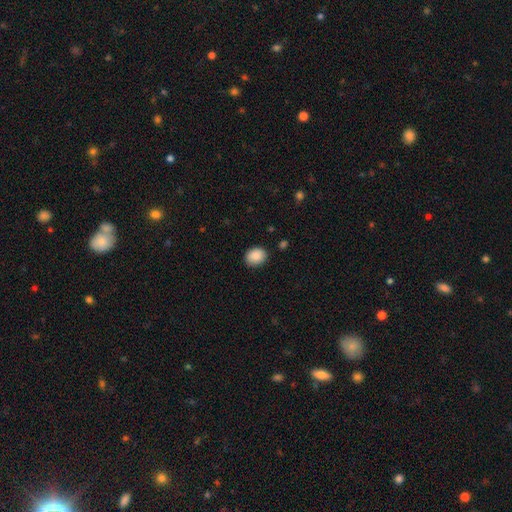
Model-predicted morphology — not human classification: A smooth galaxy with no disk features (88%) that is round (50%). Merging: none (86%).